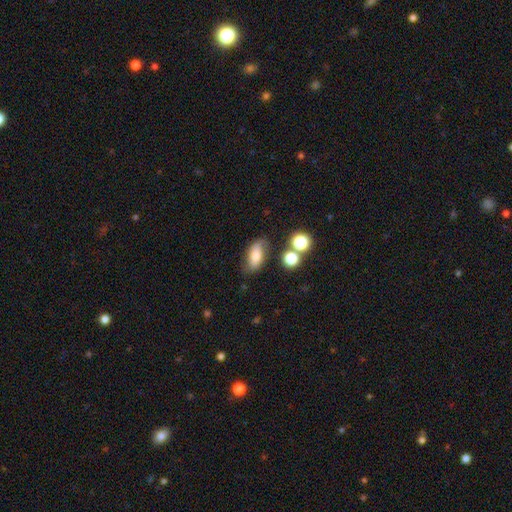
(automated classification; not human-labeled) Morphology: type=smooth (65%); roundness=in between (82%); merging=none (68%).